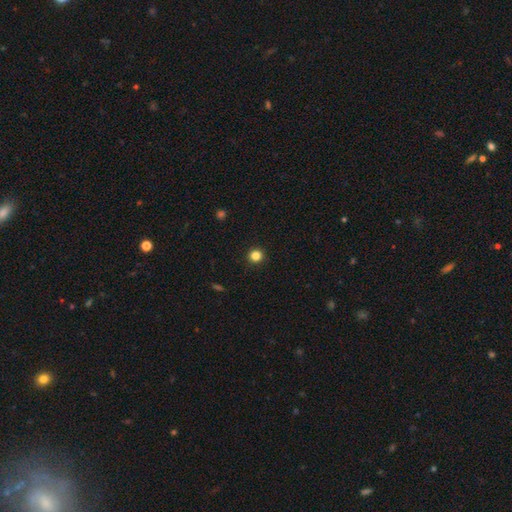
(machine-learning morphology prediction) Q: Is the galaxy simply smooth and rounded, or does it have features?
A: smooth — 84%.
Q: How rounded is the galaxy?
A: round — 94%.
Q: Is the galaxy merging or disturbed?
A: none — 93%.